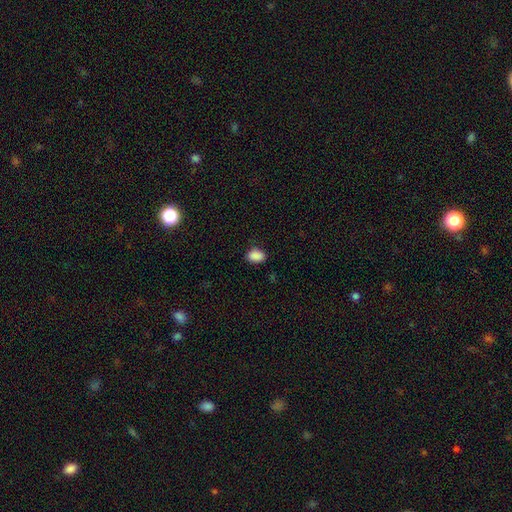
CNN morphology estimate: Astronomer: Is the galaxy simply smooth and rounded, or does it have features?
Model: smooth — 89%.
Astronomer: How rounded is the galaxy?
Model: in between — 82%.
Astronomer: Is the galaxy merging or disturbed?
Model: none — 82%.